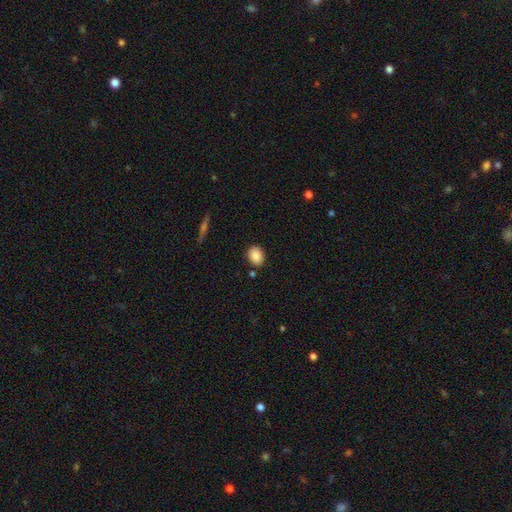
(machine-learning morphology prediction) Smooth or featured? Predicted: smooth (p=0.88). How rounded? Predicted: in between (p=0.65). Merging? Predicted: none (p=0.83).